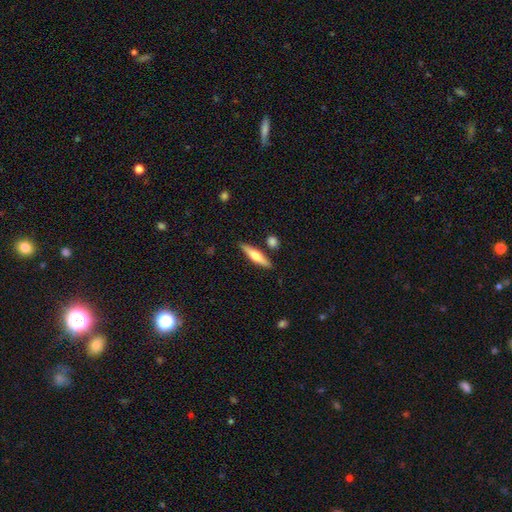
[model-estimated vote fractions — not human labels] The model was most divided on "smooth or featured" (2-way tie): smooth: 47%, featured or disk: 47%, star or artifact: 6%. More confident: merging — none (84%).